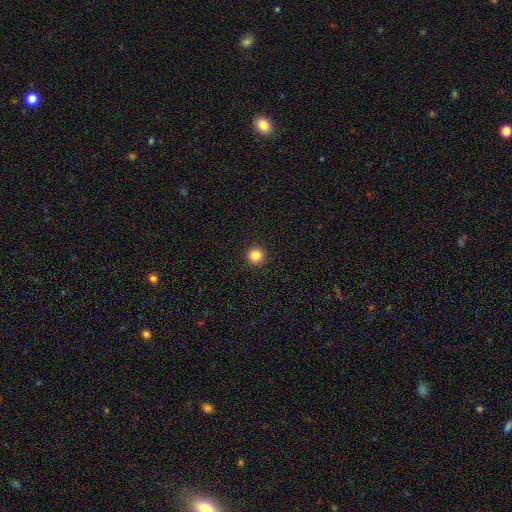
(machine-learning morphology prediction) smooth_or_featured: smooth (p=0.84) [alt: star or artifact p=0.12]
how_rounded: round (p=0.96) [alt: in between p=0.03]
merging: none (p=0.94) [alt: minor disturbance p=0.04]